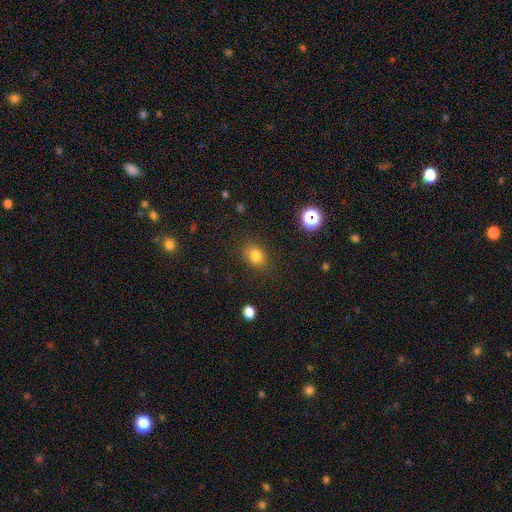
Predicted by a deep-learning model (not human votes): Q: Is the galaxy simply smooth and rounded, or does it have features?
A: smooth — 80%.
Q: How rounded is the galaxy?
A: round — 52%.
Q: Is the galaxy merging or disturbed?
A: none — 82%.